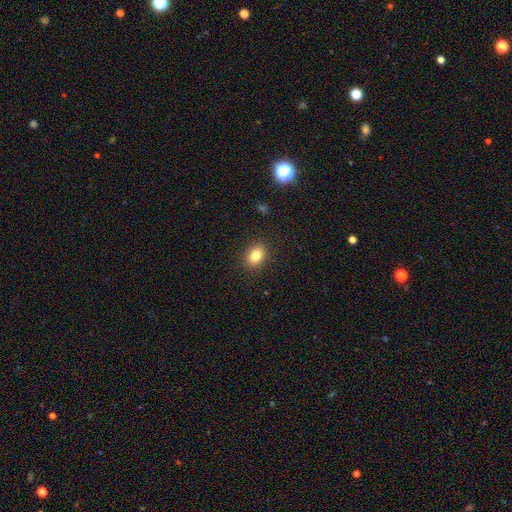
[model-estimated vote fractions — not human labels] A smooth galaxy with no disk features (82%) that is in between round and cigar-shaped (61%). Merging: none (89%).